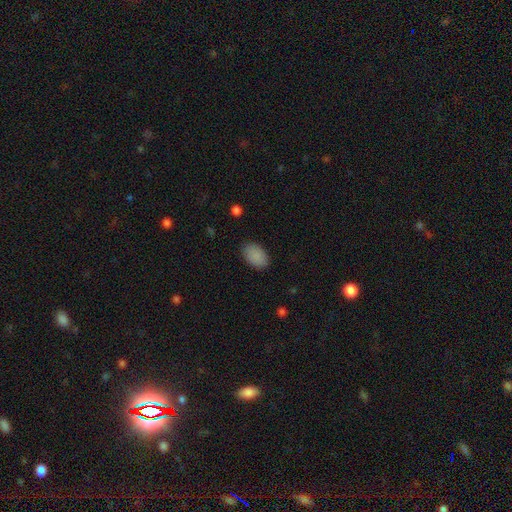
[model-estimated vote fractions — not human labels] smooth_or_featured: smooth (p=0.89) [alt: star or artifact p=0.07]
how_rounded: in between (p=0.91) [alt: round p=0.08]
merging: none (p=0.86) [alt: minor disturbance p=0.10]